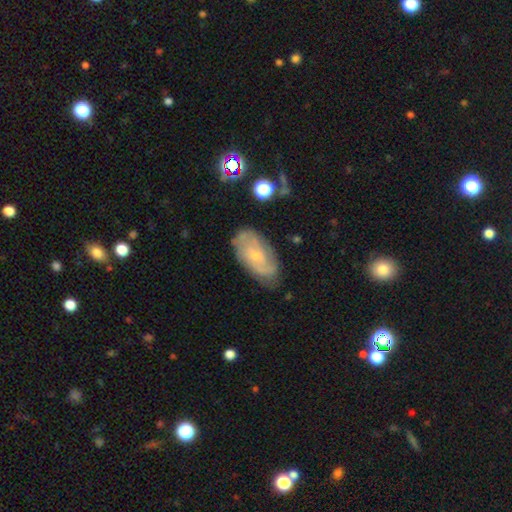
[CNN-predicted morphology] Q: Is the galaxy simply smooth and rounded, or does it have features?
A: featured or disk — 71%.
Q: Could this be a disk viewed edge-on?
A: no — 95%.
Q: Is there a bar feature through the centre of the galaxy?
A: no — 66%.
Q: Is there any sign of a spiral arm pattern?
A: yes — 89%.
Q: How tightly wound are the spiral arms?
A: tight — 51%.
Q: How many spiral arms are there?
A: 2 — 45%.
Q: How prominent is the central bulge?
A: small — 73%.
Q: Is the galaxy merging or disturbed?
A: none — 73%.